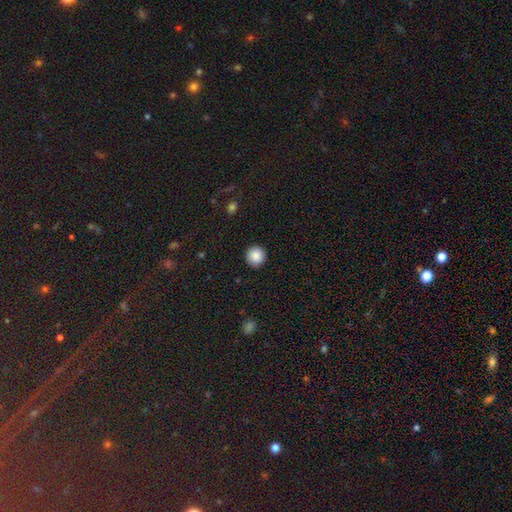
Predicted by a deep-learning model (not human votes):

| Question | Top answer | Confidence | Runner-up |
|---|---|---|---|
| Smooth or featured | smooth | 88% | star or artifact (8%) |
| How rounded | round | 93% | in between (6%) |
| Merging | none | 91% | minor disturbance (6%) |